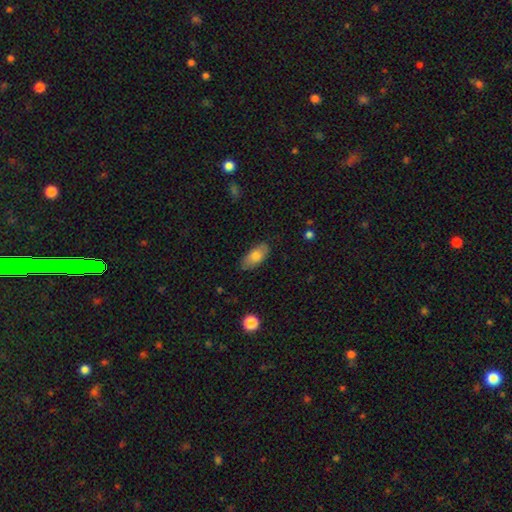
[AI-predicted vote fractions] This is likely a smooth galaxy (77%). How rounded: clearly in between (90%). Merging: clearly none (81%).